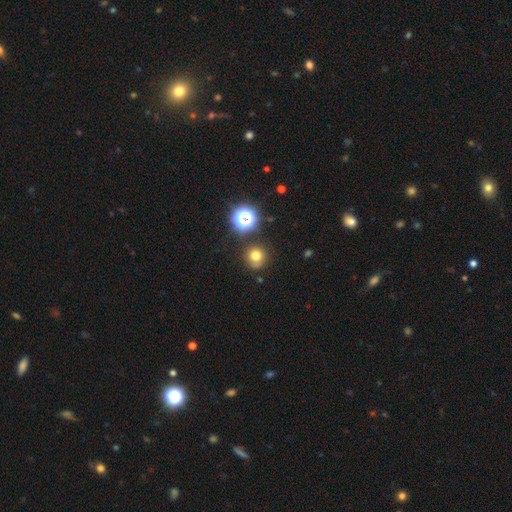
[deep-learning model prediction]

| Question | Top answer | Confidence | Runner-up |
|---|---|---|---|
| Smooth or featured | smooth | 73% | star or artifact (19%) |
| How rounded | round | 90% | in between (9%) |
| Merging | none | 77% | minor disturbance (13%) |